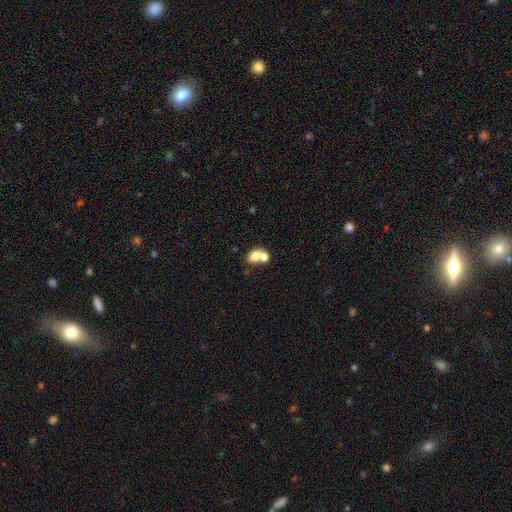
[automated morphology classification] A smooth galaxy with no disk features (73%) that is in between round and cigar-shaped (68%). Merging: merger (58%).